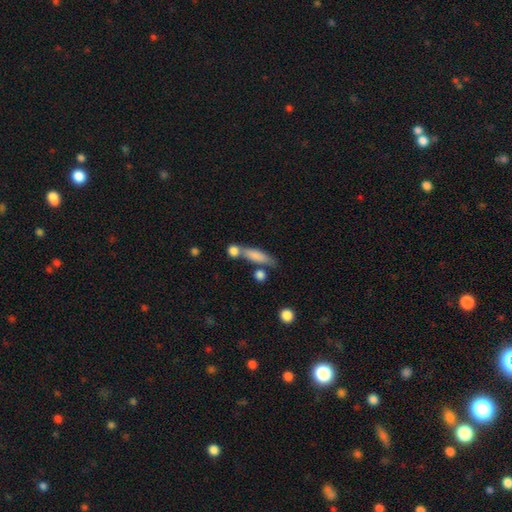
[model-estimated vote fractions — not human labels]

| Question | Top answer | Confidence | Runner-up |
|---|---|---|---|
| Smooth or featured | smooth | 77% | featured or disk (16%) |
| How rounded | cigar-shaped | 55% | in between (41%) |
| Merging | none | 50% | merger (30%) |